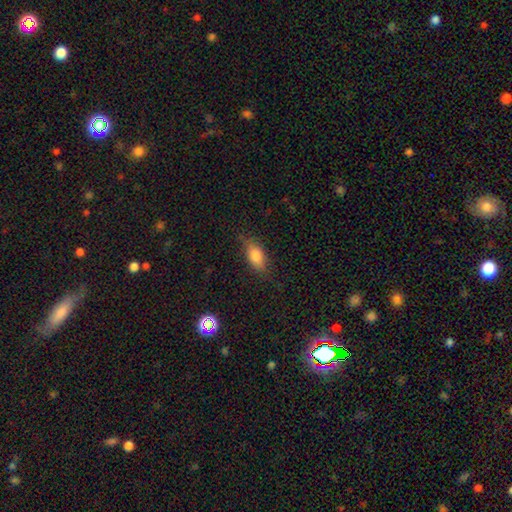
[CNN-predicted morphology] Q: Smooth or featured?
A: smooth (79%); runner-up: featured or disk (12%)
Q: How rounded?
A: in between (85%); runner-up: cigar-shaped (9%)
Q: Merging?
A: none (76%); runner-up: minor disturbance (18%)